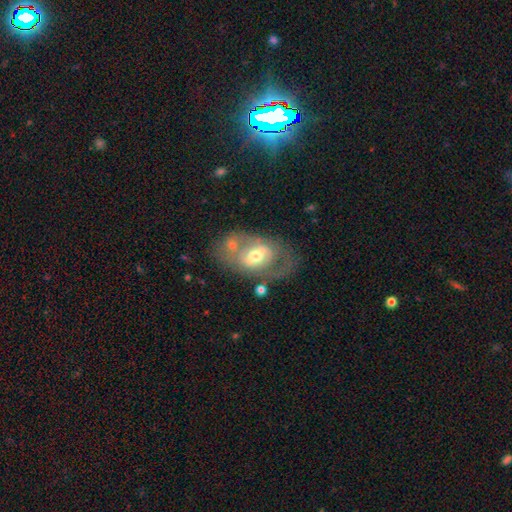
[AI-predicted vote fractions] Morphology: type=featured or disk (65%); edge-on=no (93%); bar=weak (42%); spiral arms=no (55%); bulge=moderate (67%); merging=none (55%).